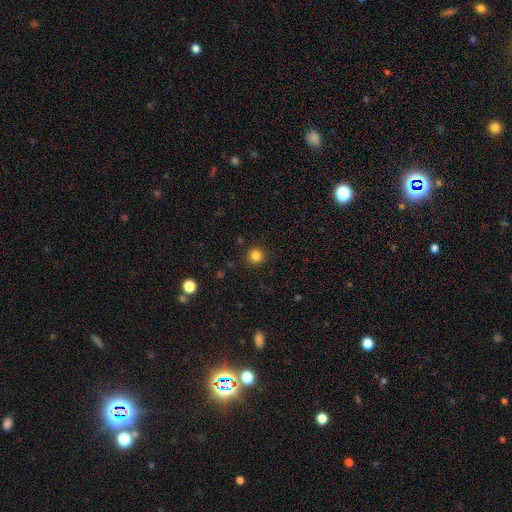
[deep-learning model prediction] Smooth or featured? Predicted: smooth (p=0.84). How rounded? Predicted: round (p=0.94). Merging? Predicted: none (p=0.91).